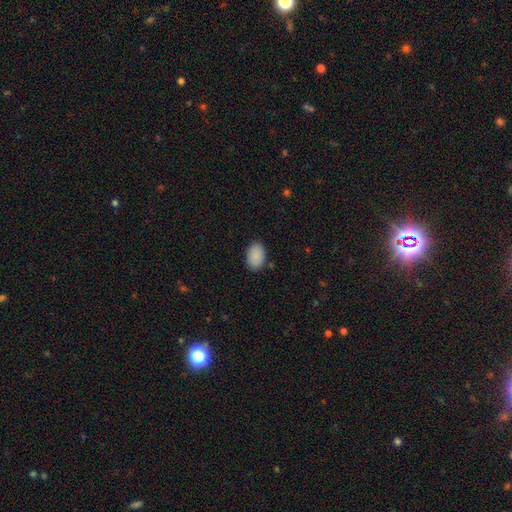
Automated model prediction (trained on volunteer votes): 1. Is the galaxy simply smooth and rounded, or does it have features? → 90% smooth, 7% star or artifact, 3% featured or disk.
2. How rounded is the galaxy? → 88% in between, 11% round, 1% cigar-shaped.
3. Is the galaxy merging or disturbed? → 87% none, 9% minor disturbance, 2% major disturbance, 1% merger.